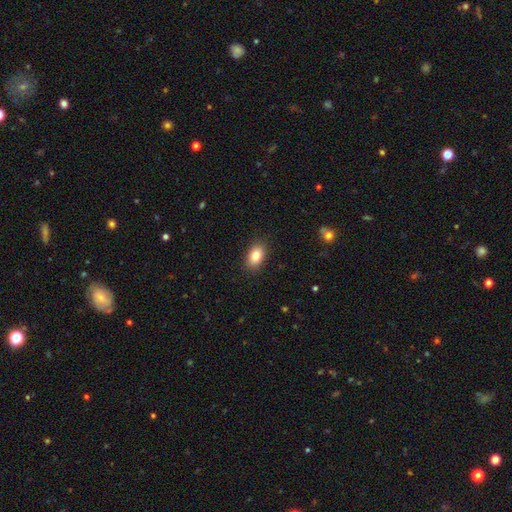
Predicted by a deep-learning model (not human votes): The model was most divided on "smooth or featured": smooth: 83%, featured or disk: 9%, star or artifact: 8%. More confident: merging — none (88%); how rounded — in between (87%).